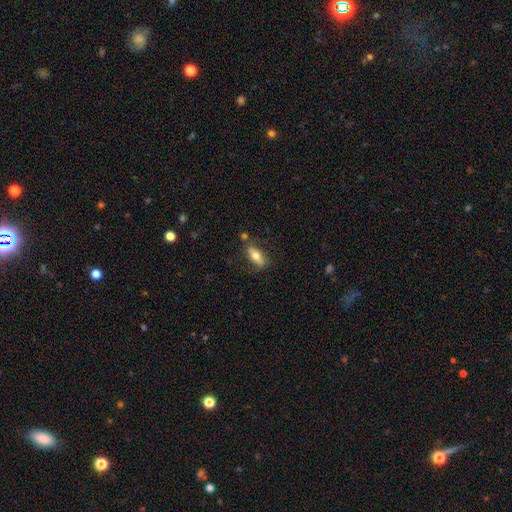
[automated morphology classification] Smooth or featured? smooth (65%)
How rounded? in between (63%)
Merging? none (74%)